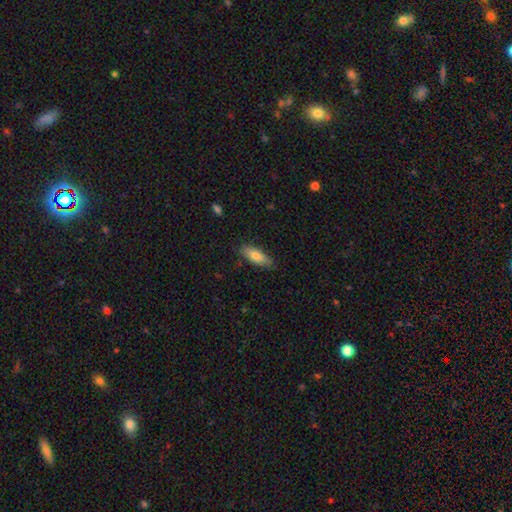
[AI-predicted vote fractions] smooth_or_featured: smooth (p=0.77) [alt: featured or disk p=0.17]
how_rounded: in between (p=0.68) [alt: cigar-shaped p=0.30]
merging: none (p=0.83) [alt: minor disturbance p=0.14]